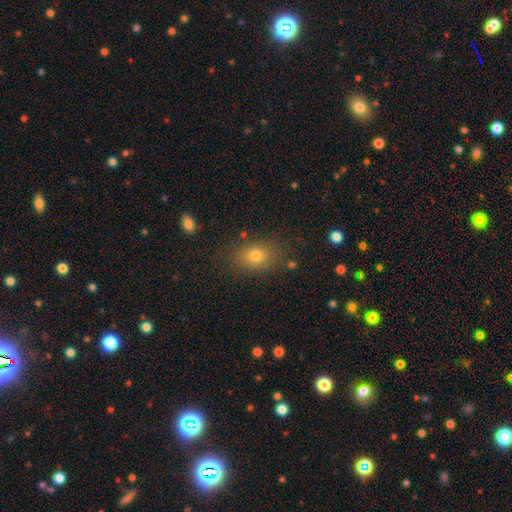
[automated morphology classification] This is likely a smooth galaxy (76%). How rounded: likely in between (68%). Merging: clearly none (82%).